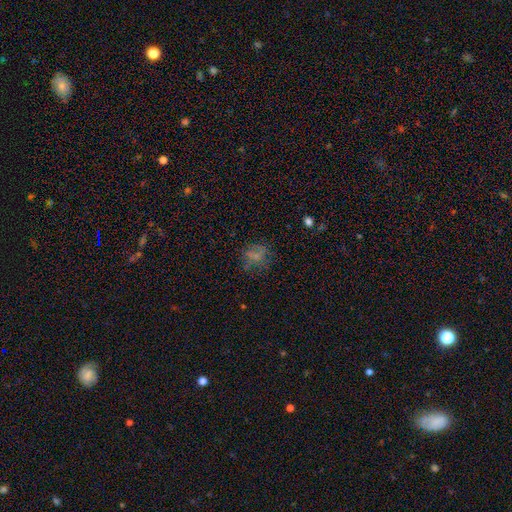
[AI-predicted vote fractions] Overall: smooth (56%; star or artifact 22%). How rounded: round (68%; in between 31%). Merging: none (59%; minor disturbance 20%).